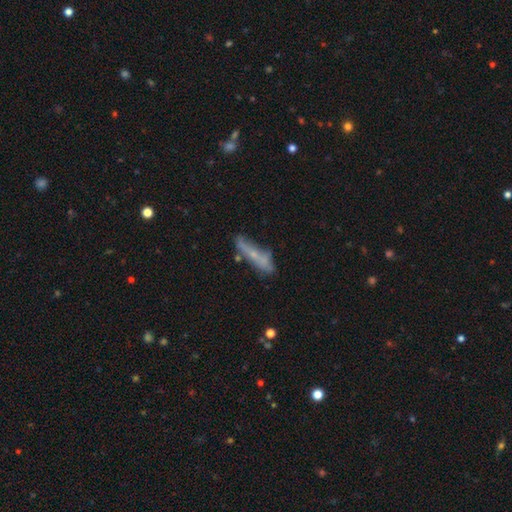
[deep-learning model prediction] A smooth galaxy with no disk features (46%).

Vote fractions:
- Smooth or featured? smooth: 46% / featured or disk: 44% / star or artifact: 10%
- Merging? none: 57% / minor disturbance: 25% / major disturbance: 11% / merger: 7%